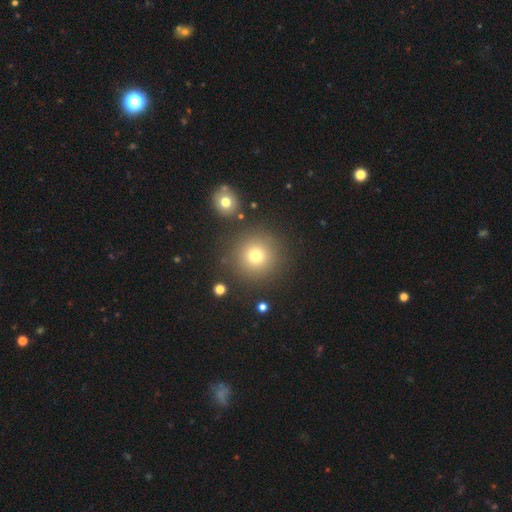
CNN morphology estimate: Q: Smooth or featured?
A: smooth (74%); runner-up: star or artifact (16%)
Q: How rounded?
A: round (95%); runner-up: in between (4%)
Q: Merging?
A: none (86%); runner-up: minor disturbance (6%)